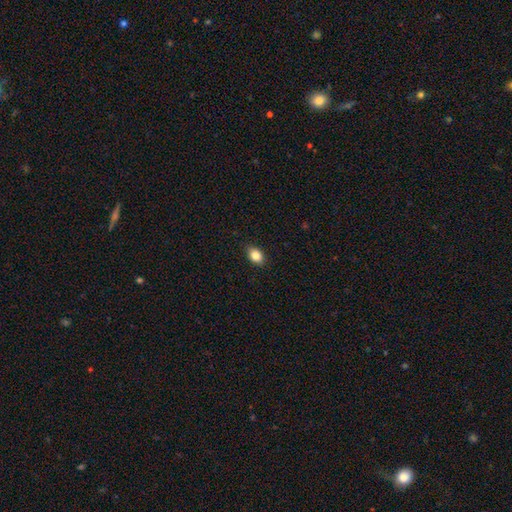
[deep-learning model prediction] smooth_or_featured: smooth (p=0.84) [alt: star or artifact p=0.09]
how_rounded: in between (p=0.79) [alt: round p=0.20]
merging: none (p=0.88) [alt: minor disturbance p=0.10]